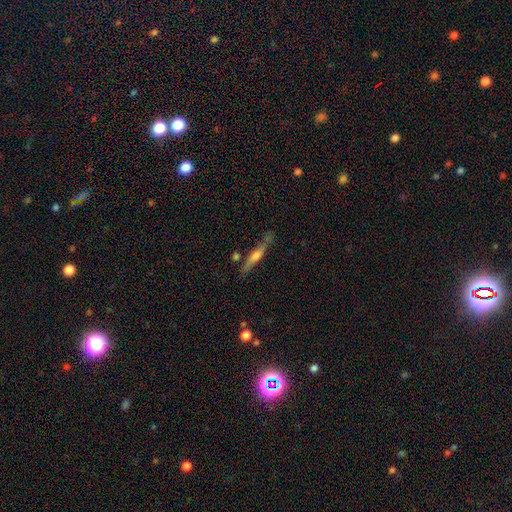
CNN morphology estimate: A featured or disk galaxy (62%) viewed edge-on (95%) with a rounded central bulge (77%).

Vote fractions:
- Smooth or featured? featured or disk: 62% / smooth: 32% / star or artifact: 6%
- Edge-on disk? yes: 95% / no: 5%
- Edge-on bulge? rounded: 77% / boxy: 13% / none: 10%
- Merging? none: 77% / minor disturbance: 14% / merger: 5% / major disturbance: 4%